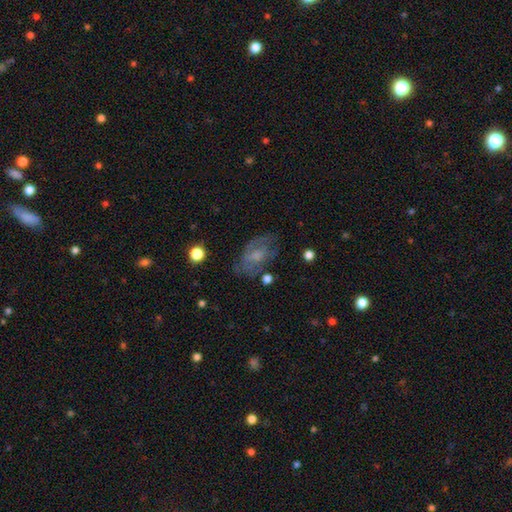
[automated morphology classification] A featured or disk galaxy (49%). Merging: none (55%).